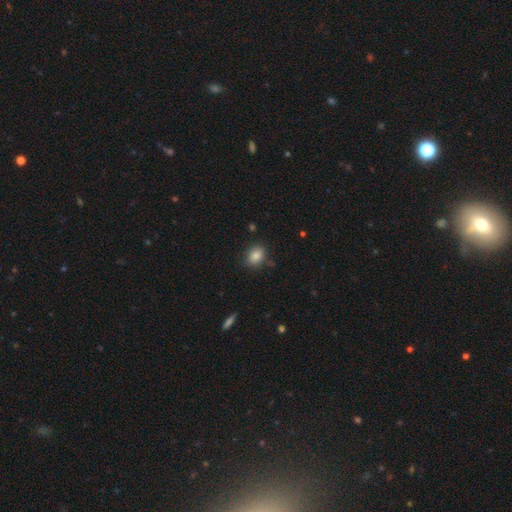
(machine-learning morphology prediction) This appears to be a smooth galaxy with no disk features (85%) that is in between round and cigar-shaped (58%). Merging: none (81%).